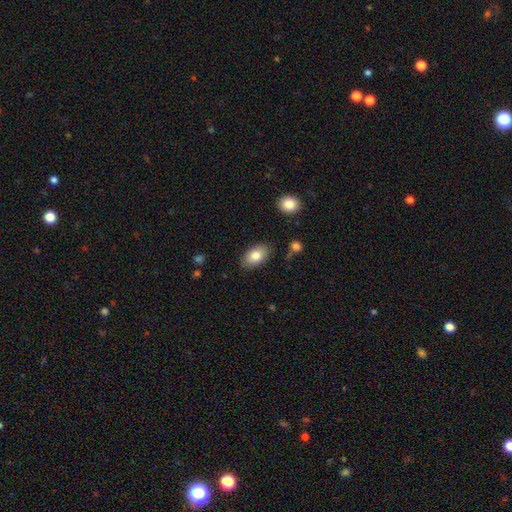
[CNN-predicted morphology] Smooth or featured: smooth — 80% (featured or disk — 12%)
How rounded: in between — 92% (round — 6%)
Merging: none — 85% (minor disturbance — 11%)